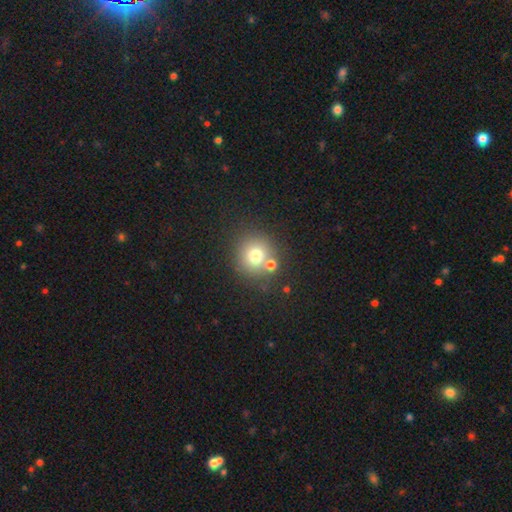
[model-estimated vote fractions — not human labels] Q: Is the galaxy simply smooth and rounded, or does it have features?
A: smooth — 72%.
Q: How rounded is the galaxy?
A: round — 91%.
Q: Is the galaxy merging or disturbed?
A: none — 68%.